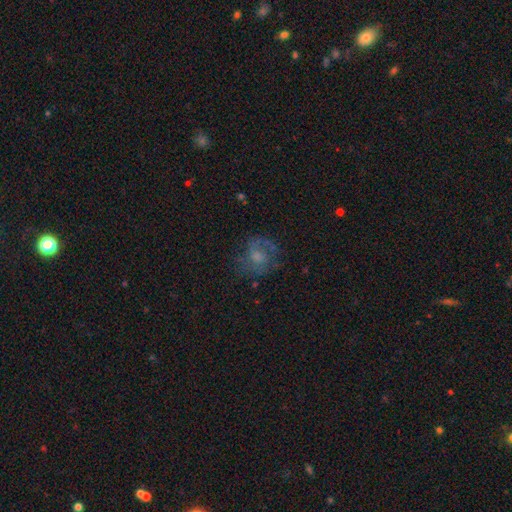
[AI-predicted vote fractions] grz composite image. It shows a featured or disk galaxy (54%) with no bar (68%), spiral arms (75%) and a moderate central bulge (47%). Merging: none (65%).